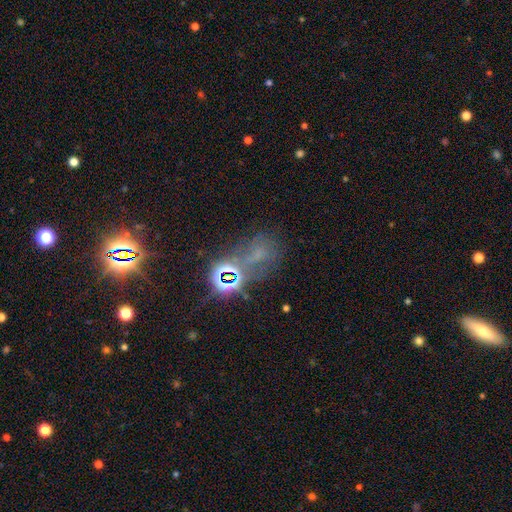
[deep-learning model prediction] This is possibly a star or artifact rather than a galaxy (59%).